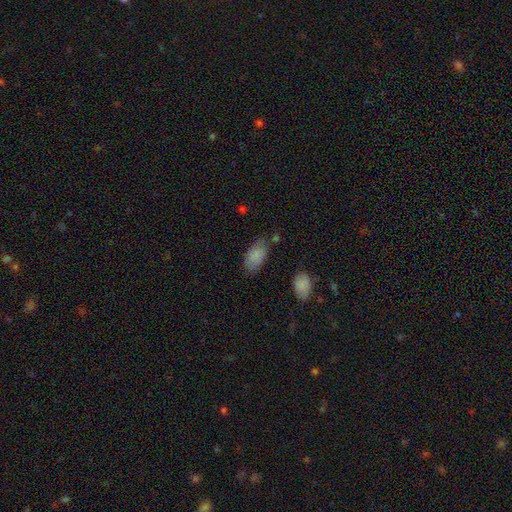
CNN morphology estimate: Smooth or featured: smooth — 82% (featured or disk — 10%)
How rounded: in between — 93% (cigar-shaped — 4%)
Merging: none — 70% (minor disturbance — 20%)